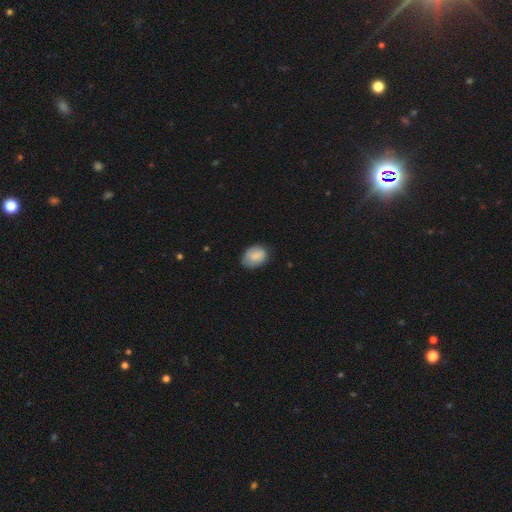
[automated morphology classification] Smooth or featured: smooth — 82% (featured or disk — 11%)
How rounded: in between — 71% (round — 28%)
Merging: none — 71% (minor disturbance — 23%)